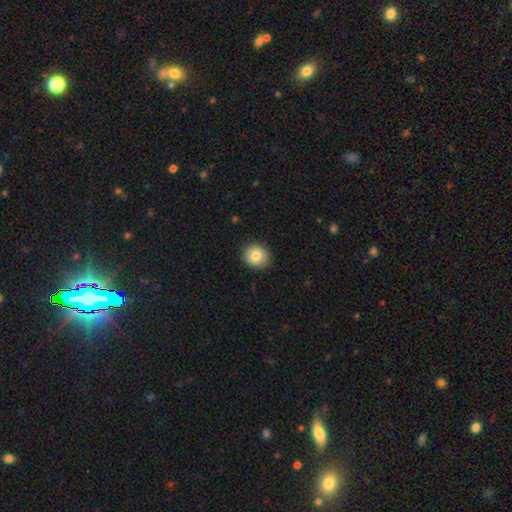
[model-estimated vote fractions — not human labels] Overall: smooth (83%). How rounded: round (83%). Merging: none (90%).